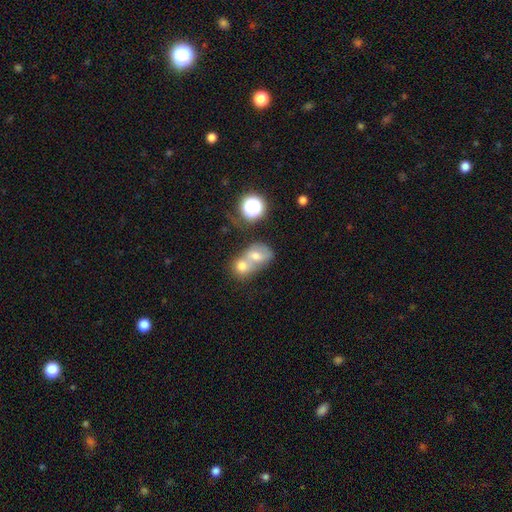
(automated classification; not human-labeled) The model was most divided on "how rounded" (2-way tie): in between: 49%, round: 49%, cigar-shaped: 2%. More confident: merging — merger (69%); smooth or featured — smooth (62%).